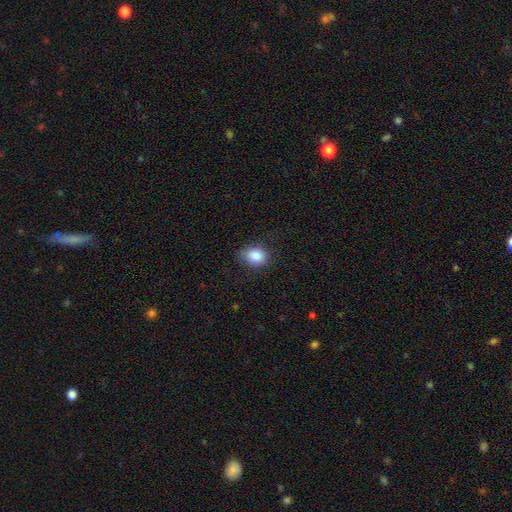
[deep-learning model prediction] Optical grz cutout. It shows a smooth galaxy with no disk features (84%) that is round (54%). Merging: none (78%).